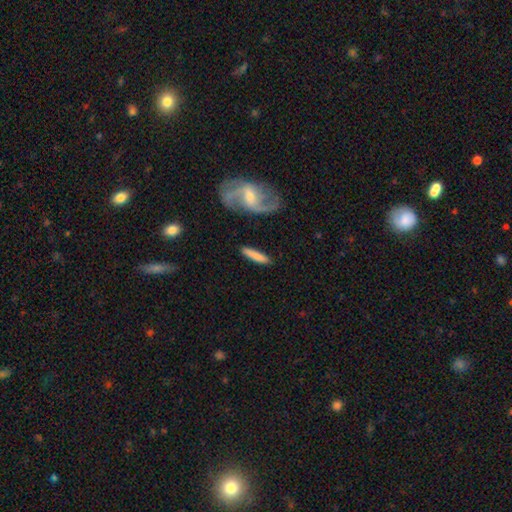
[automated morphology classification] smooth_or_featured: smooth (p=0.71) [alt: featured or disk p=0.23]
how_rounded: cigar-shaped (p=0.83) [alt: in between p=0.15]
merging: none (p=0.81) [alt: minor disturbance p=0.11]